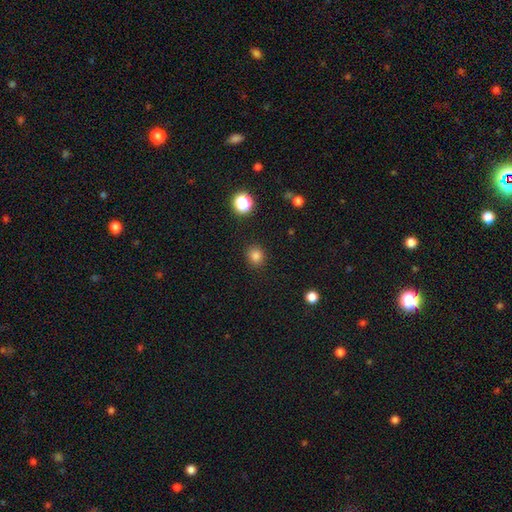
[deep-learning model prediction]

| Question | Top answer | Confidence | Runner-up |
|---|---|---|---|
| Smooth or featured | smooth | 82% | star or artifact (14%) |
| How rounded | round | 82% | in between (17%) |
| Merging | none | 89% | minor disturbance (7%) |